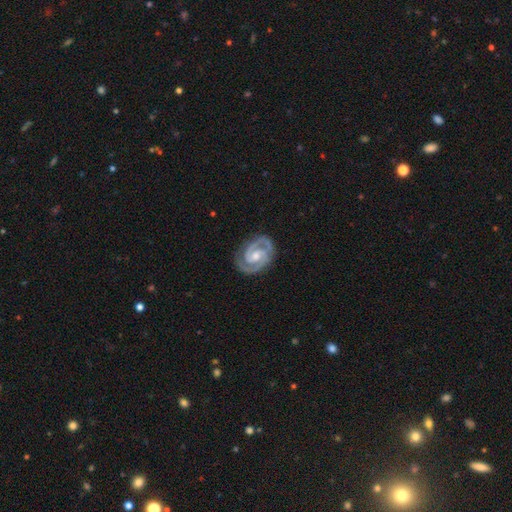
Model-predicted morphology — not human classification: Smooth or featured? Predicted: featured or disk (p=0.93). Edge-on disk? Predicted: no (p=0.98). Bar? Predicted: no (p=0.45). Spiral arms? Predicted: yes (p=0.98). Spiral winding? Predicted: tight (p=0.61). Spiral arm count? Predicted: 2 (p=0.92). Bulge size? Predicted: moderate (p=0.59). Merging? Predicted: none (p=0.83).